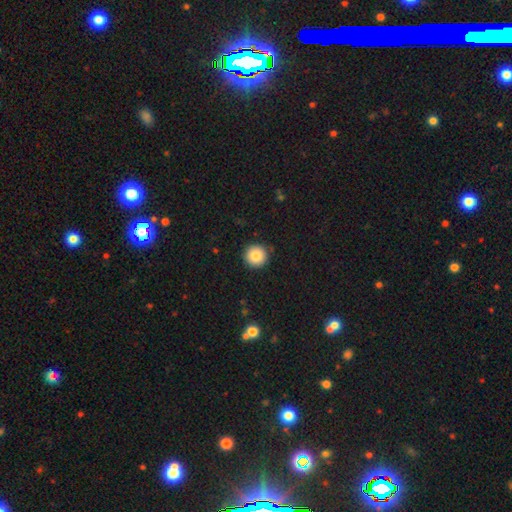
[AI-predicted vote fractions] Overall: smooth (84%). How rounded: round (96%). Merging: none (91%).